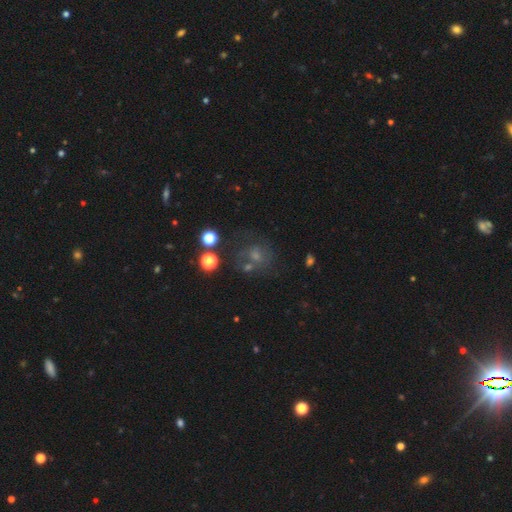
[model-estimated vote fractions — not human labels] smooth-or-featured: smooth: 46% | star or artifact: 29% | featured or disk: 26%
  merging: none: 53% | minor disturbance: 17% | merger: 16% | major disturbance: 14%